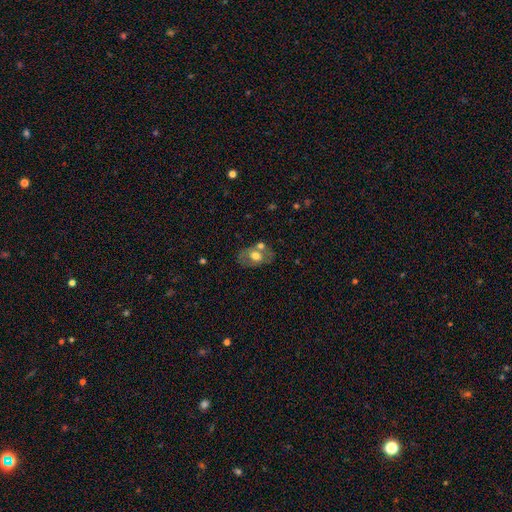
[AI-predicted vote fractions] A smooth galaxy with no disk features (50%). Merging: none (57%).